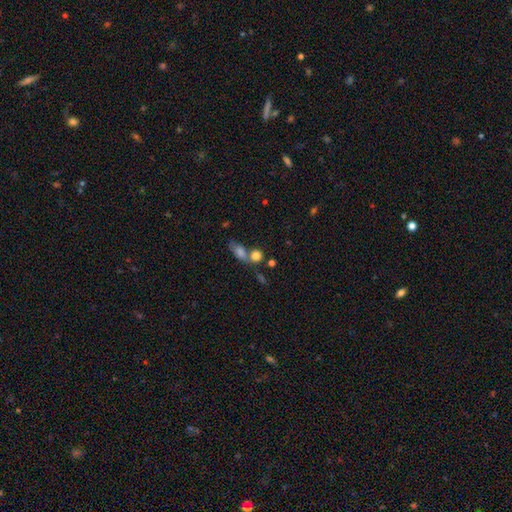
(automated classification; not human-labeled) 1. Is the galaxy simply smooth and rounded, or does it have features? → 79% smooth, 11% star or artifact, 10% featured or disk.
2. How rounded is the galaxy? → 60% round, 35% in between, 5% cigar-shaped.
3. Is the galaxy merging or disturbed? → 45% none, 41% merger, 9% minor disturbance, 5% major disturbance.